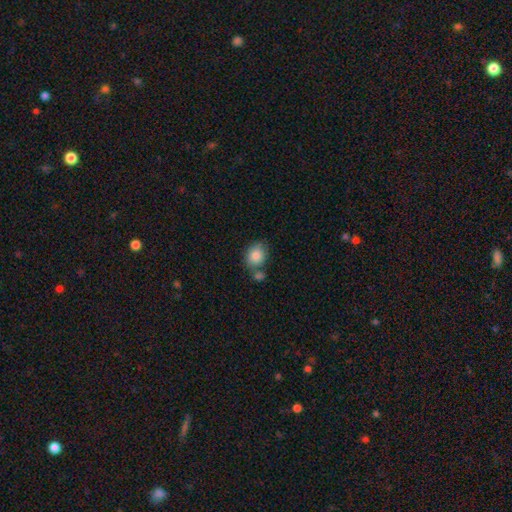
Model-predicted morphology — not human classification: smooth-or-featured: smooth: 85% | star or artifact: 8% | featured or disk: 7%
  how-rounded: in between: 54% | round: 45% | cigar-shaped: 1%
  merging: none: 56% | merger: 23% | minor disturbance: 16% | major disturbance: 5%